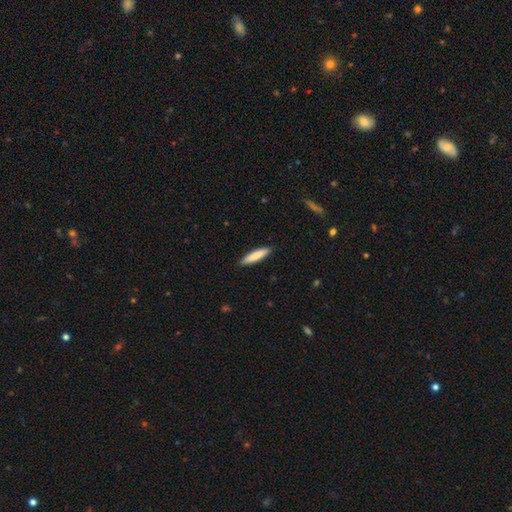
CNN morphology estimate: Smooth or featured? Predicted: smooth (p=0.82). How rounded? Predicted: cigar-shaped (p=0.81). Merging? Predicted: none (p=0.90).